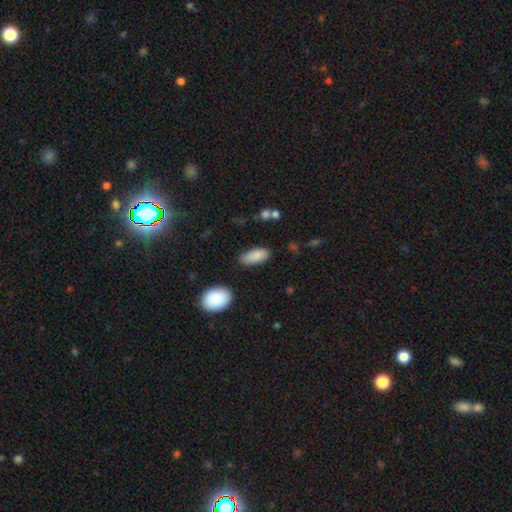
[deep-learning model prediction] Q: Smooth or featured?
A: smooth (87%); runner-up: star or artifact (7%)
Q: How rounded?
A: in between (89%); runner-up: cigar-shaped (8%)
Q: Merging?
A: none (79%); runner-up: minor disturbance (15%)